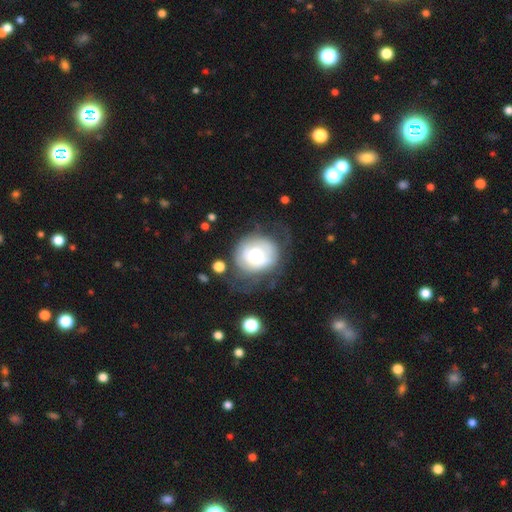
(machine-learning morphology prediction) Q: Smooth or featured?
A: smooth (47%); runner-up: featured or disk (46%)
Q: Merging?
A: none (50%); runner-up: major disturbance (25%)